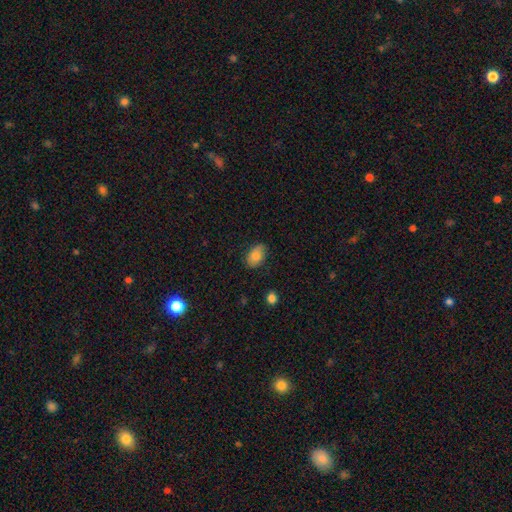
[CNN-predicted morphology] This appears to be a smooth galaxy with no disk features (77%) that is in between round and cigar-shaped (87%). Merging: none (76%).